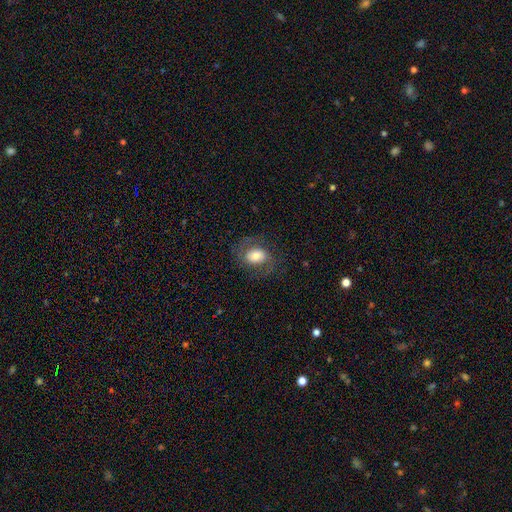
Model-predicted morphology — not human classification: A smooth galaxy with no disk features (53%) that is in between round and cigar-shaped (65%).

Vote fractions:
- Smooth or featured? smooth: 53% / featured or disk: 38% / star or artifact: 9%
- How rounded? in between: 65% / round: 34% / cigar-shaped: 1%
- Merging? none: 70% / minor disturbance: 17% / major disturbance: 12% / merger: 1%